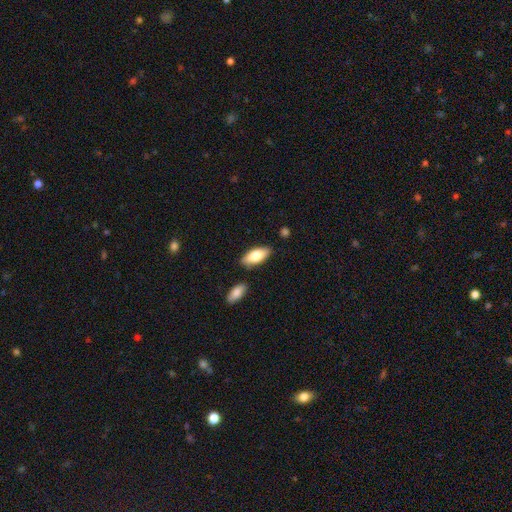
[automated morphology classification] A smooth galaxy with no disk features (76%) that is in between round and cigar-shaped (83%). Merging: none (82%).